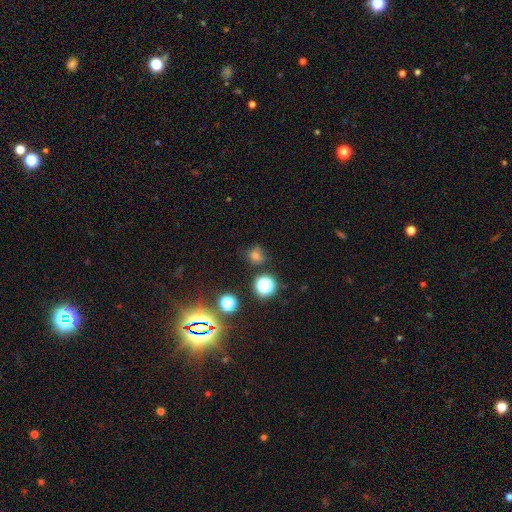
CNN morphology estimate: This is possibly a smooth galaxy (56%). How rounded: likely round (79%). Merging: likely none (77%).